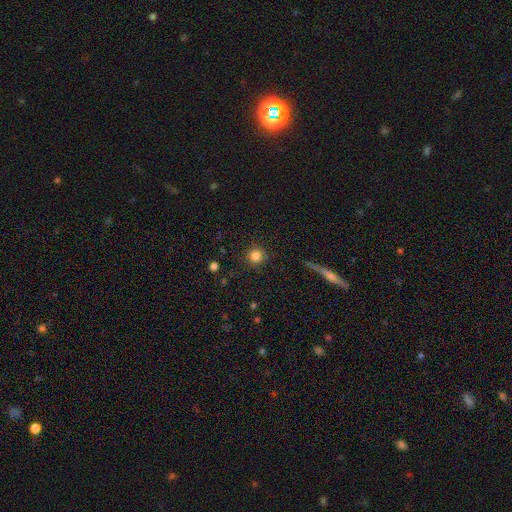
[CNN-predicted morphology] A smooth galaxy with no disk features (82%) that is round (95%). Merging: none (90%).